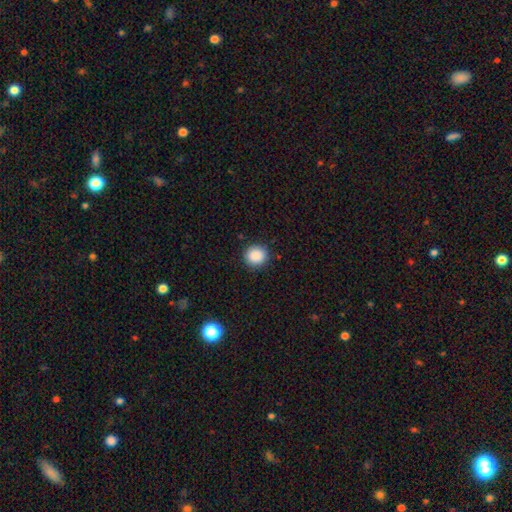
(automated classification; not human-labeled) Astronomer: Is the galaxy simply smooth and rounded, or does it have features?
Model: smooth — 88%.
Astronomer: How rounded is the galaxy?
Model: round — 90%.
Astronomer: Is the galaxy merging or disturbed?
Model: none — 90%.